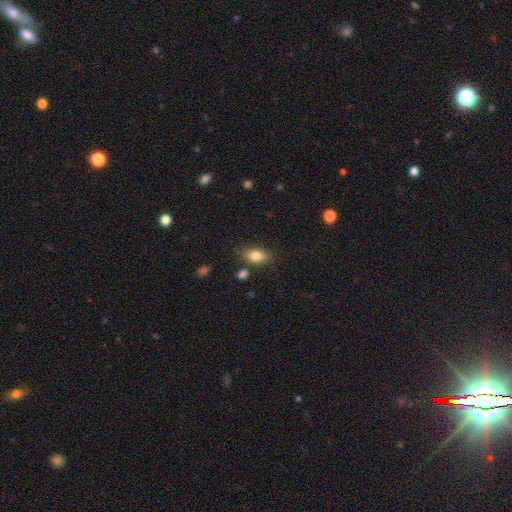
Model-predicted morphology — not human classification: Q: Smooth or featured?
A: smooth (84%); runner-up: star or artifact (8%)
Q: How rounded?
A: in between (86%); runner-up: round (10%)
Q: Merging?
A: none (77%); runner-up: minor disturbance (14%)